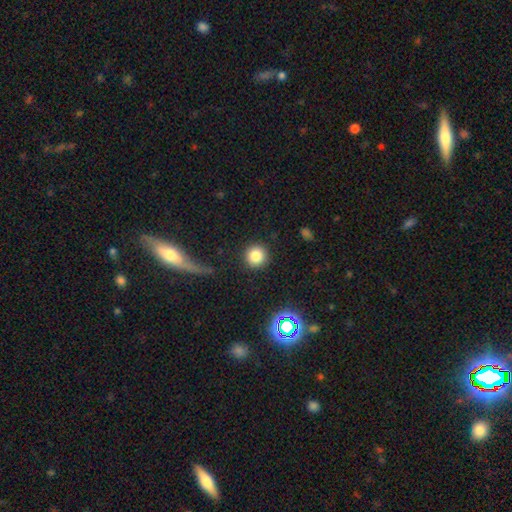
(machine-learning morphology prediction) Smooth or featured? Predicted: smooth (p=0.82). How rounded? Predicted: round (p=0.94). Merging? Predicted: none (p=0.90).